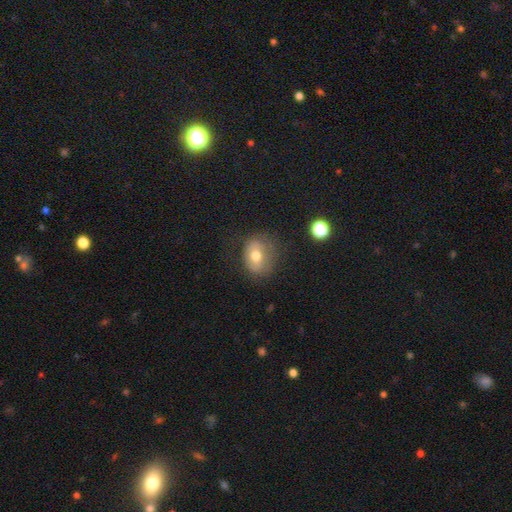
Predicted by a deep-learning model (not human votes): A smooth galaxy with no disk features (64%) that is round (54%). Merging: none (64%).